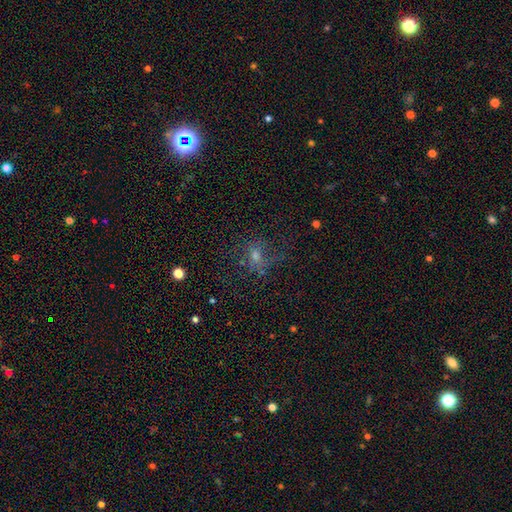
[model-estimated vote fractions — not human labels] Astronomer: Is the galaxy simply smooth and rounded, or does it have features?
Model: smooth — 36% (runner-up: featured or disk, 33%).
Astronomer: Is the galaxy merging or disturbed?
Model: none — 58%.